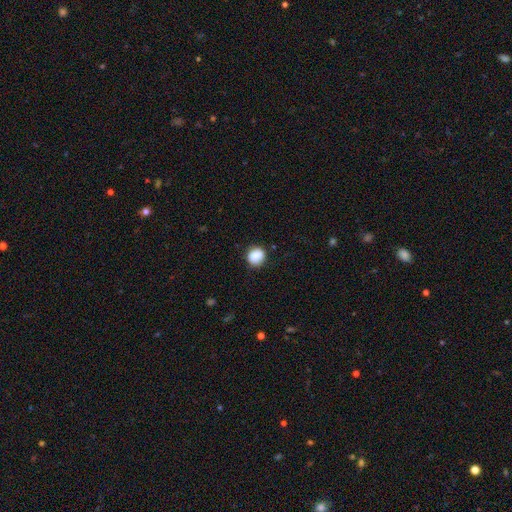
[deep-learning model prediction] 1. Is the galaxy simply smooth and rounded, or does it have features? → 85% smooth, 9% star or artifact, 6% featured or disk.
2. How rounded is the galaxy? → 73% round, 26% in between, 1% cigar-shaped.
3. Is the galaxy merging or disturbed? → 77% none, 16% minor disturbance, 4% major disturbance, 3% merger.